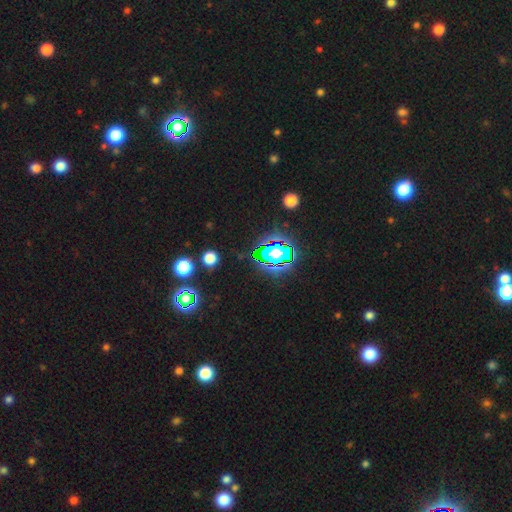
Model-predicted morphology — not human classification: star or artifact 80%, smooth 13%, featured or disk 8%.